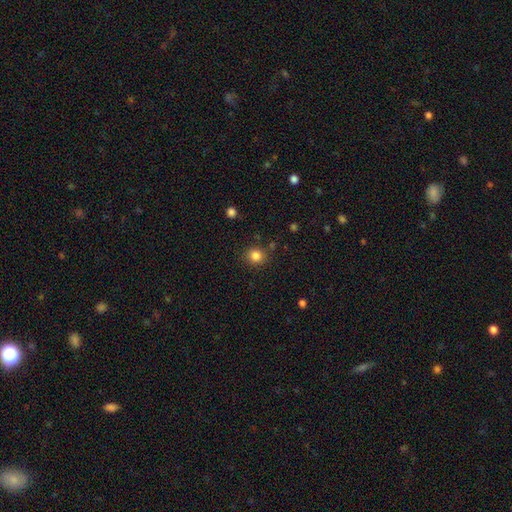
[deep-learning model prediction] This appears to be a smooth galaxy with no disk features (84%) that is round (83%). Merging: none (85%).